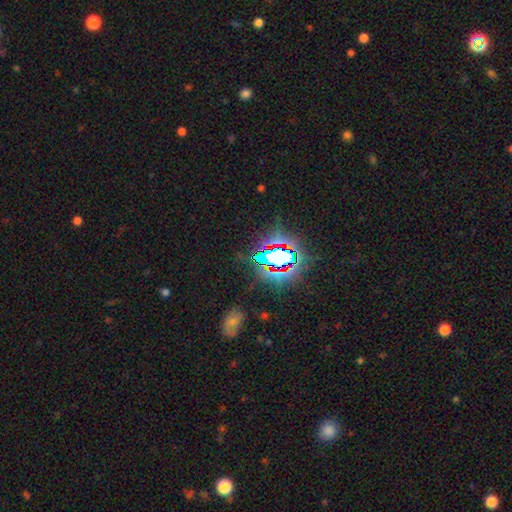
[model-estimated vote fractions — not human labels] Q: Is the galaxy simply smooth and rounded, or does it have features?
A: star or artifact — 79%.